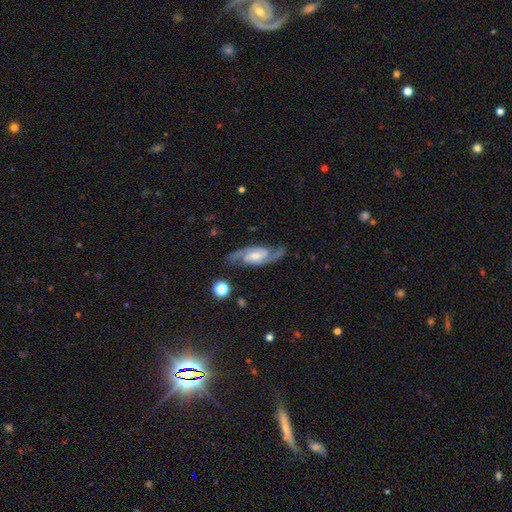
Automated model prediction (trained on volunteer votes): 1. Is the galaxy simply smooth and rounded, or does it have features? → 87% featured or disk, 8% smooth, 5% star or artifact.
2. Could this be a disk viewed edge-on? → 93% no, 7% yes.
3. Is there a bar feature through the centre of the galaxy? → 50% weak, 27% no, 23% strong.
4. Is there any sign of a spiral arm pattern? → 97% yes, 3% no.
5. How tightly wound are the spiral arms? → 56% medium, 24% tight, 20% loose.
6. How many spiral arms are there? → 92% 2, 3% can't tell, 1% 3, 1% 1, 1% 4, 1% more than 4.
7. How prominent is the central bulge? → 41% moderate, 37% small, 12% none, 8% large, 2% dominant.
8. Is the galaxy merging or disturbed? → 80% none, 14% minor disturbance, 5% major disturbance, 2% merger.